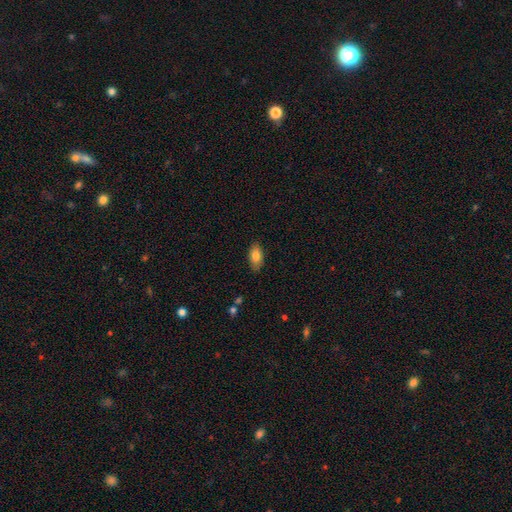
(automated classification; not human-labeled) This is clearly a smooth galaxy (83%). How rounded: clearly in between (90%). Merging: clearly none (85%).